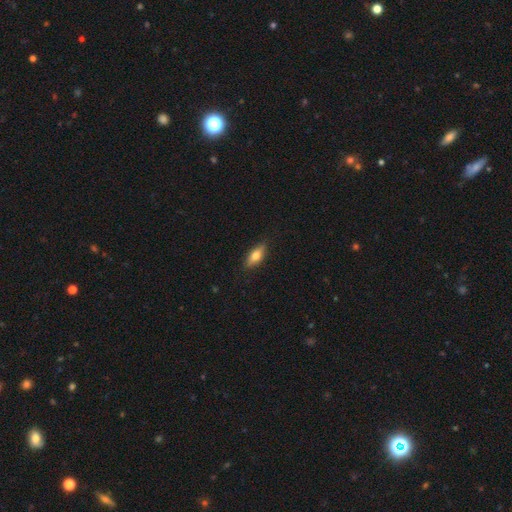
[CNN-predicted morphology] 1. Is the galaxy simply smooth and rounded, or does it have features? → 62% smooth, 31% featured or disk, 7% star or artifact.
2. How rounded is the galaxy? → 65% in between, 31% cigar-shaped, 4% round.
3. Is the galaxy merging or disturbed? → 85% none, 12% minor disturbance, 2% major disturbance, 1% merger.